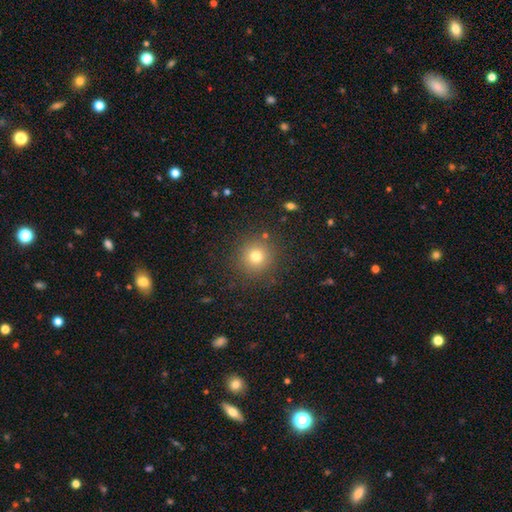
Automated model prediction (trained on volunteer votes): Q: Smooth or featured?
A: smooth (75%); runner-up: star or artifact (17%)
Q: How rounded?
A: round (94%); runner-up: in between (5%)
Q: Merging?
A: none (89%); runner-up: minor disturbance (6%)